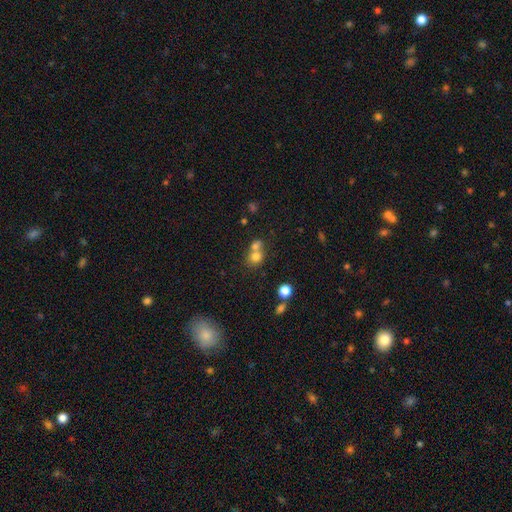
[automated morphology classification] A smooth galaxy with no disk features (75%) that is round (76%).

Vote fractions:
- Smooth or featured? smooth: 75% / star or artifact: 14% / featured or disk: 11%
- How rounded? round: 76% / in between: 23% / cigar-shaped: 1%
- Merging? merger: 52% / none: 38% / minor disturbance: 7% / major disturbance: 3%